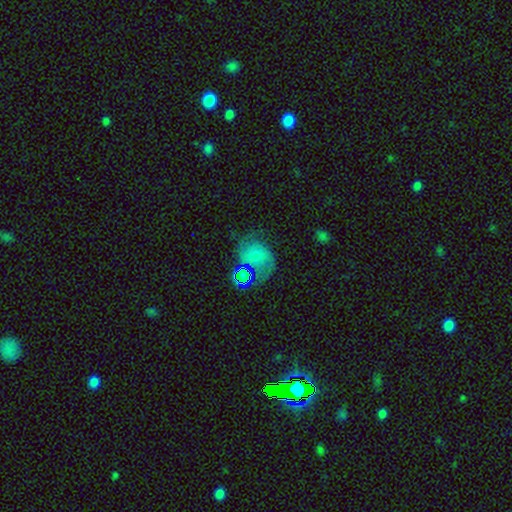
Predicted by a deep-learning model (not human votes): A featured or disk galaxy (50%).

Vote fractions:
- Smooth or featured? featured or disk: 50% / smooth: 34% / star or artifact: 16%
- Edge-on disk? no: 97% / yes: 3%
- Merging? none: 56% / minor disturbance: 22% / major disturbance: 15% / merger: 8%